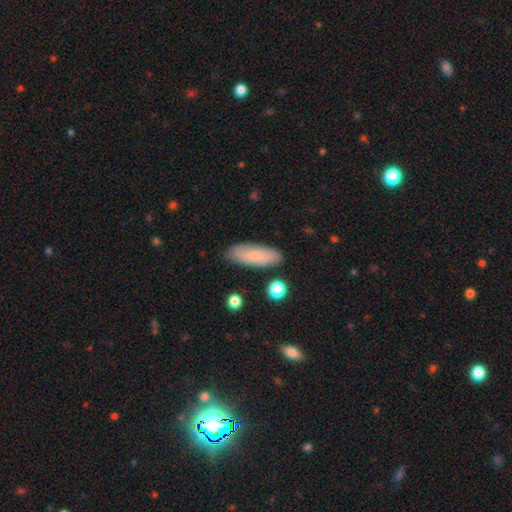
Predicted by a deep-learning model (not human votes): Smooth or featured?
  - smooth: 78% *
  - featured or disk: 15%
  - star or artifact: 7%
How rounded?
  - in between: 63% *
  - cigar-shaped: 35%
  - round: 2%
Merging?
  - none: 85% *
  - minor disturbance: 11%
  - major disturbance: 2%
  - merger: 2%